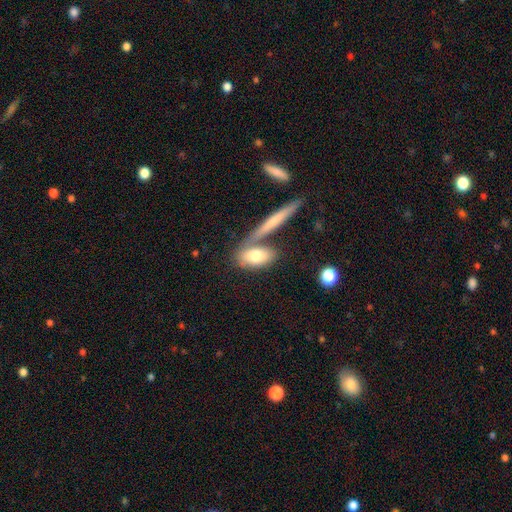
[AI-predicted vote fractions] Morphology: type=smooth (72%); roundness=in between (75%); merging=none (51%).